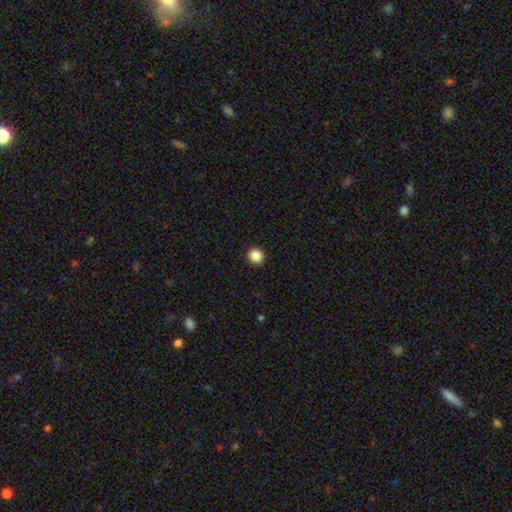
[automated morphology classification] This is clearly a smooth galaxy (87%). How rounded: clearly round (88%). Merging: clearly none (93%).